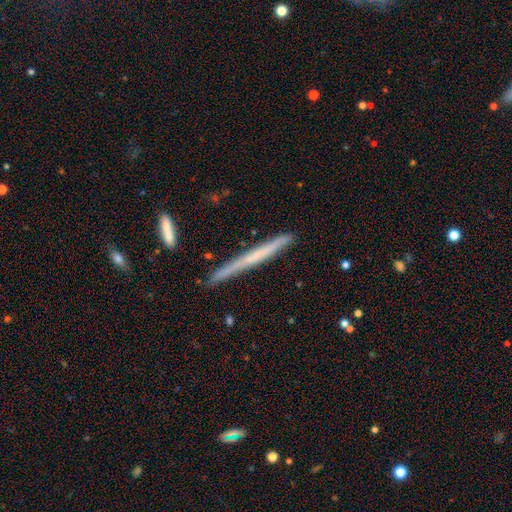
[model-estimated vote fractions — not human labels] Smooth or featured: featured or disk — 51% (smooth — 42%)
Edge-on disk: yes — 97% (no — 3%)
Merging: none — 86% (minor disturbance — 11%)